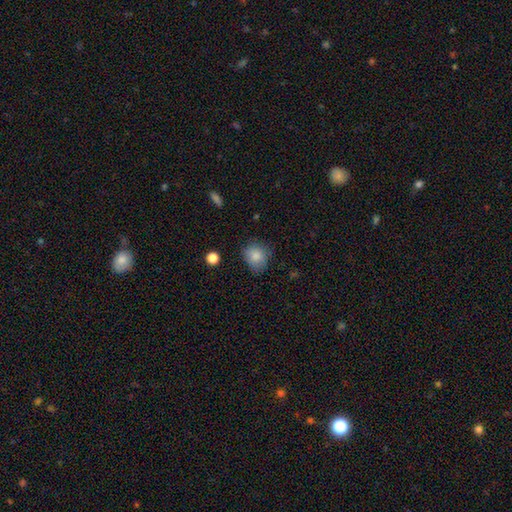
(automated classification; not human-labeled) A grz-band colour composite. It shows a smooth galaxy with no disk features (83%) that is round (67%). Merging: none (68%).